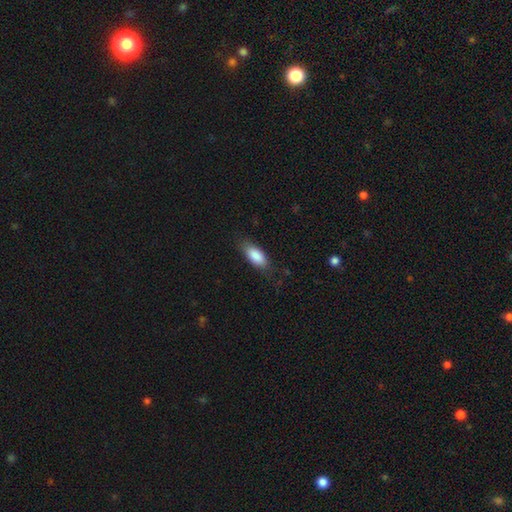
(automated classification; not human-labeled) Smooth or featured? Predicted: smooth (p=0.86). How rounded? Predicted: in between (p=0.84). Merging? Predicted: none (p=0.78).